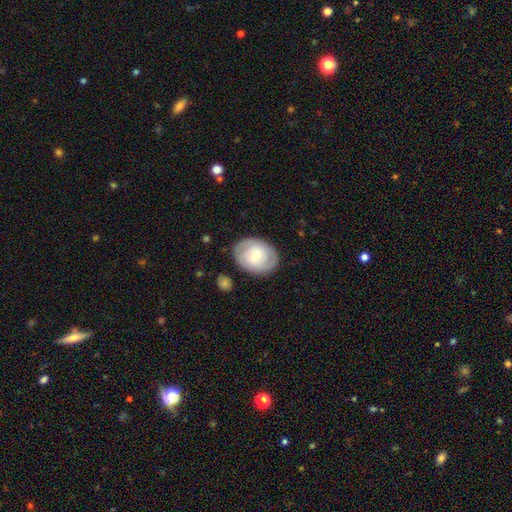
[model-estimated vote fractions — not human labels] smooth_or_featured: featured or disk (p=0.58) [alt: smooth p=0.37]
disk_edge_on: no (p=0.96) [alt: yes p=0.04]
bar: no (p=0.64) [alt: weak p=0.30]
has_spiral_arms: yes (p=0.71) [alt: no p=0.29]
bulge_size: moderate (p=0.53) [alt: small p=0.41]
merging: none (p=0.81) [alt: minor disturbance p=0.13]